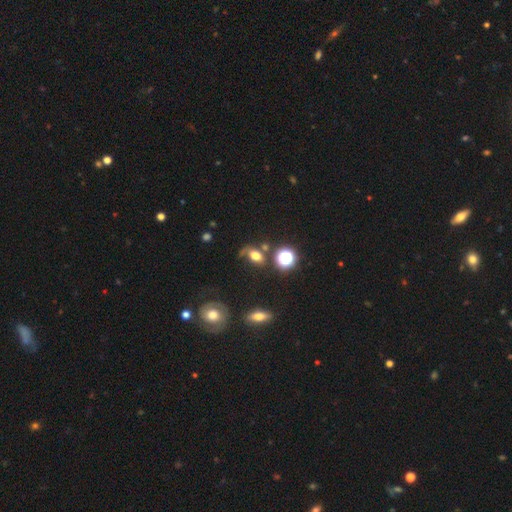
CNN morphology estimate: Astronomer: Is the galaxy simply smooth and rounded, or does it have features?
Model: smooth — 65%.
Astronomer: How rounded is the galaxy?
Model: in between — 71%.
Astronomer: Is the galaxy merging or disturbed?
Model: none — 49%.